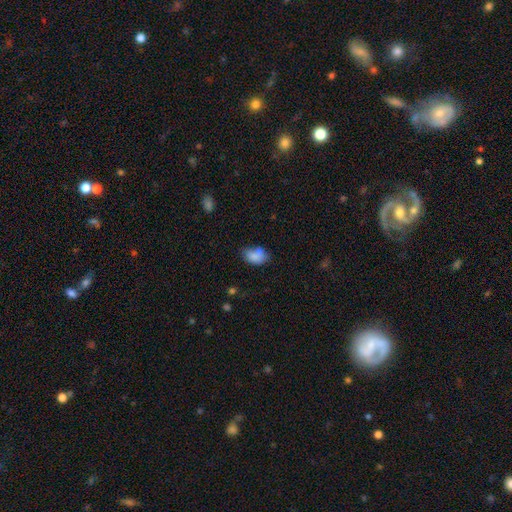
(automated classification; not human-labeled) smooth_or_featured: smooth (p=0.78) [alt: featured or disk p=0.12]
how_rounded: in between (p=0.84) [alt: round p=0.15]
merging: none (p=0.45) [alt: minor disturbance p=0.26]